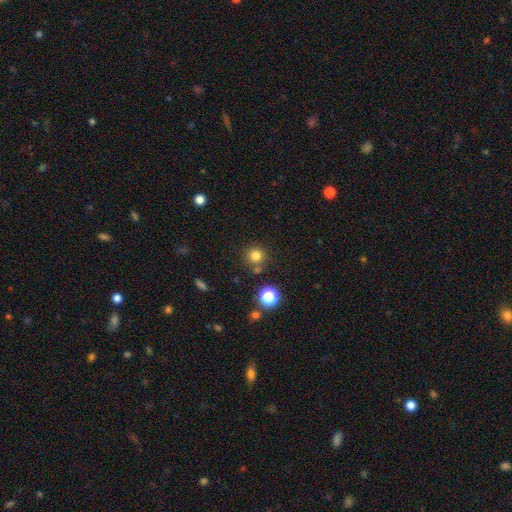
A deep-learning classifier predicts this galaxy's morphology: A smooth galaxy with no disk features (78%) that is round (94%).

Vote fractions:
- Smooth or featured? smooth: 78% / star or artifact: 16% / featured or disk: 6%
- How rounded? round: 94% / in between: 5% / cigar-shaped: 1%
- Merging? none: 80% / merger: 9% / minor disturbance: 7% / major disturbance: 3%